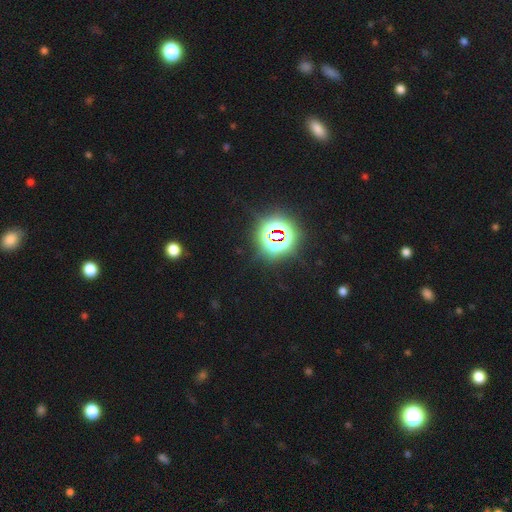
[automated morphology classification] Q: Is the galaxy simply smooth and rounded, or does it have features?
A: star or artifact — 81%.